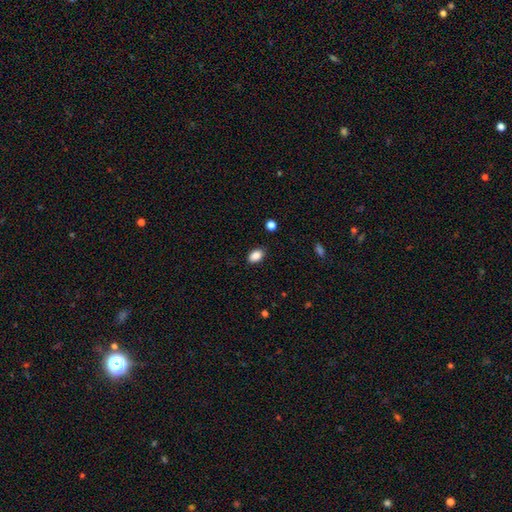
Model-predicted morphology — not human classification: The model was most divided on "merging": none: 86%, minor disturbance: 10%, major disturbance: 2%, merger: 1%. More confident: how rounded — in between (88%); smooth or featured — smooth (87%).